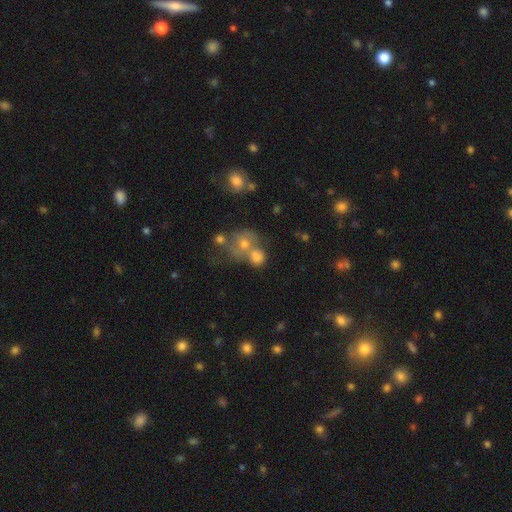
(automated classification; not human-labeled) A smooth galaxy with no disk features (63%) that is round (73%).

Vote fractions:
- Smooth or featured? smooth: 63% / star or artifact: 20% / featured or disk: 18%
- How rounded? round: 73% / in between: 25% / cigar-shaped: 1%
- Merging? none: 41% / merger: 40% / minor disturbance: 11% / major disturbance: 7%